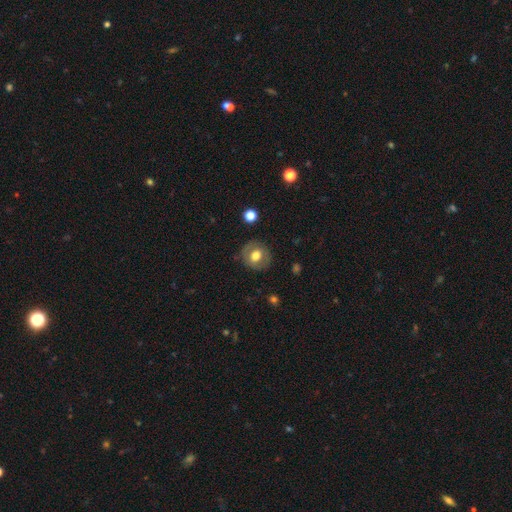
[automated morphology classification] smooth-or-featured: smooth: 61% | featured or disk: 31% | star or artifact: 8%
  how-rounded: round: 81% | in between: 18% | cigar-shaped: 1%
  merging: none: 83% | minor disturbance: 11% | major disturbance: 4% | merger: 1%